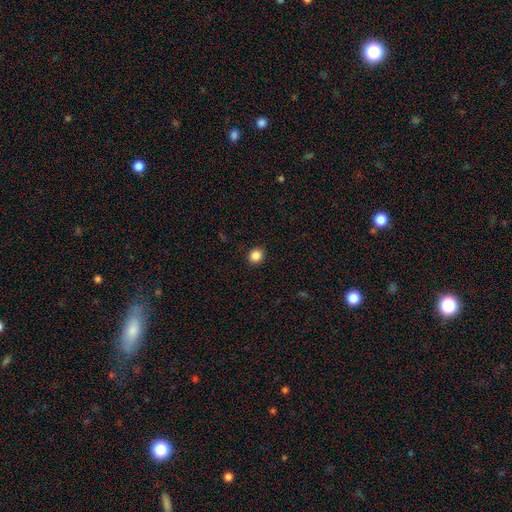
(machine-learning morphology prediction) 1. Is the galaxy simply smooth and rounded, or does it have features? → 87% smooth, 10% star or artifact, 3% featured or disk.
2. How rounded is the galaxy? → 80% round, 19% in between, 1% cigar-shaped.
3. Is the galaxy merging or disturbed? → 91% none, 6% minor disturbance, 2% major disturbance, 1% merger.